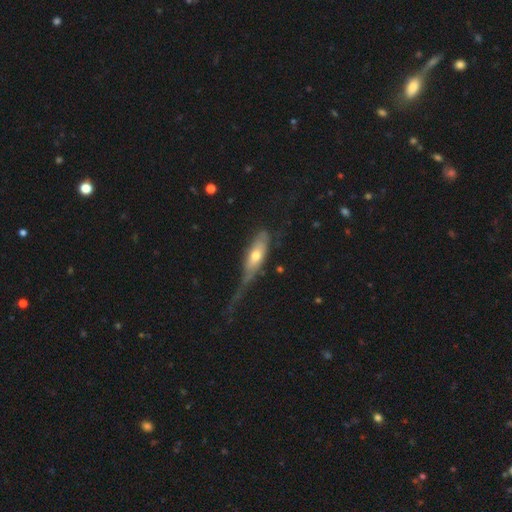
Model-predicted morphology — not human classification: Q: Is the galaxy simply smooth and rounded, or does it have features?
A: smooth — 49%.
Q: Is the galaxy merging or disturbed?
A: major disturbance — 41%.